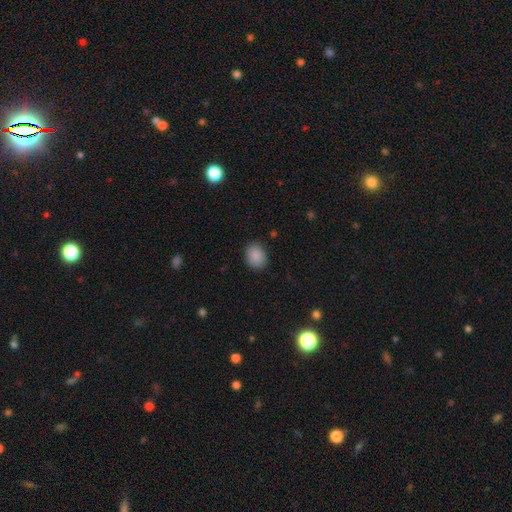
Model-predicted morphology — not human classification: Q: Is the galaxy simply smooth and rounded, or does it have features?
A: smooth — 88%.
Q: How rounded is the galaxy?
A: round — 50%.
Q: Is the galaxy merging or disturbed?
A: none — 85%.